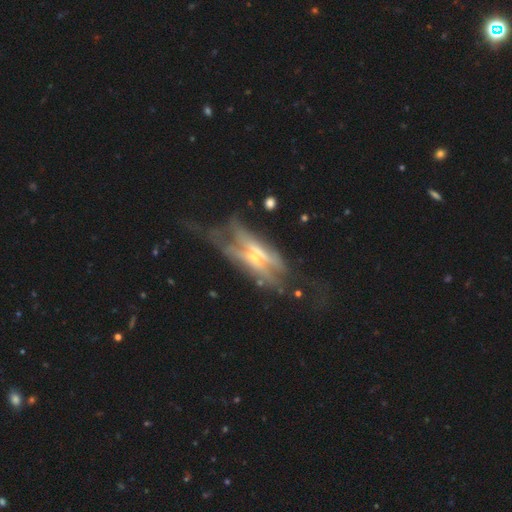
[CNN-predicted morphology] Q: Smooth or featured?
A: featured or disk (74%); runner-up: smooth (18%)
Q: Edge-on disk?
A: yes (69%); runner-up: no (31%)
Q: Edge-on bulge?
A: rounded (68%); runner-up: boxy (17%)
Q: Merging?
A: none (40%); runner-up: major disturbance (31%)